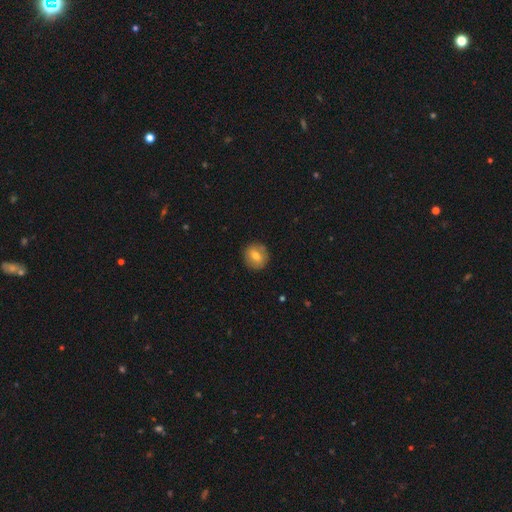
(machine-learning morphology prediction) Smooth or featured: smooth — 68% (featured or disk — 23%)
How rounded: round — 86% (in between — 13%)
Merging: none — 87% (minor disturbance — 9%)